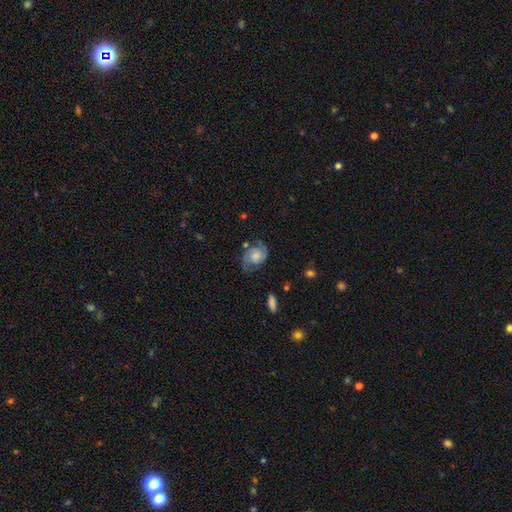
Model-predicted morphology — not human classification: type=featured or disk (70%); edge-on=no (97%); bar=no (67%); spiral arms=yes (93%); winding=medium (45%); arm count=2 (82%); bulge=moderate (38%); merging=none (63%).